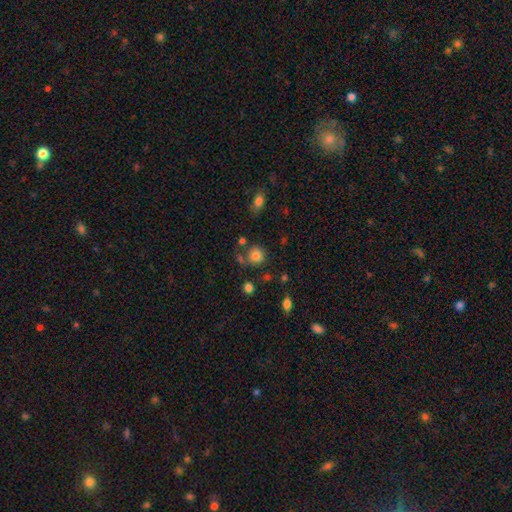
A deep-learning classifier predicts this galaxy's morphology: A smooth galaxy with no disk features (80%) that is round (85%).

Vote fractions:
- Smooth or featured? smooth: 80% / star or artifact: 12% / featured or disk: 8%
- How rounded? round: 85% / in between: 14% / cigar-shaped: 1%
- Merging? none: 72% / minor disturbance: 12% / merger: 11% / major disturbance: 5%